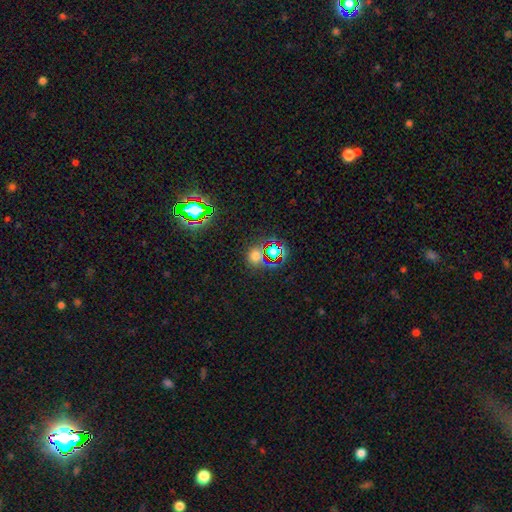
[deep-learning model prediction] A smooth galaxy with no disk features (53%) that is round (77%). Merging: none (70%).